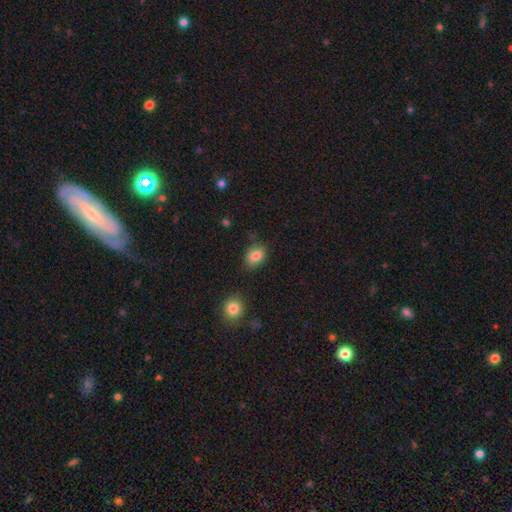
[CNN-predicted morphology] smooth-or-featured: smooth: 83% | star or artifact: 9% | featured or disk: 8%
  how-rounded: in between: 72% | round: 27% | cigar-shaped: 1%
  merging: none: 74% | minor disturbance: 19% | major disturbance: 4% | merger: 3%